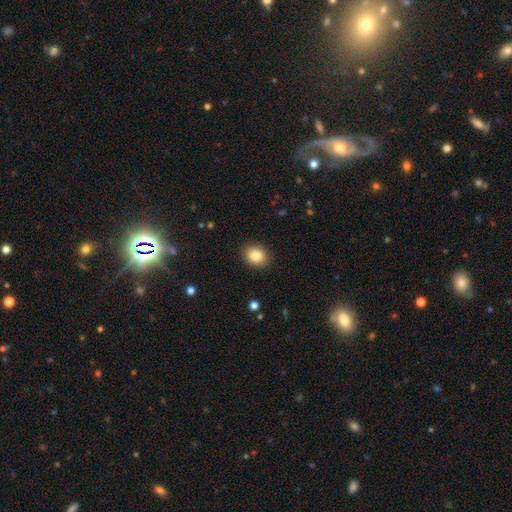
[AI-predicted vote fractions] Overall: smooth (84%). How rounded: round (56%; in between 43%). Merging: none (90%).